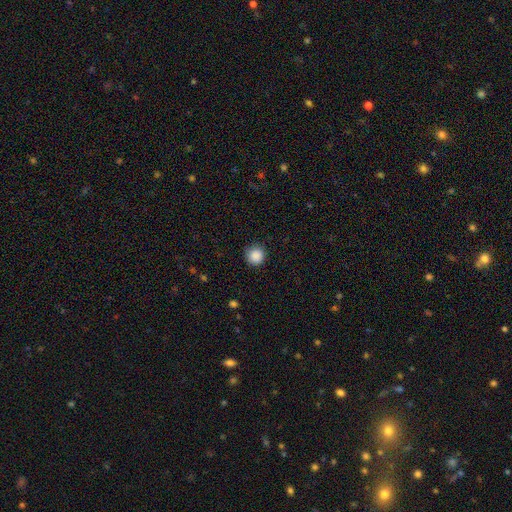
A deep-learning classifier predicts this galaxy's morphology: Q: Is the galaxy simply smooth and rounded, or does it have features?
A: smooth — 88%.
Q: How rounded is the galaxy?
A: round — 95%.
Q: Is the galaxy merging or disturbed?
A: none — 88%.